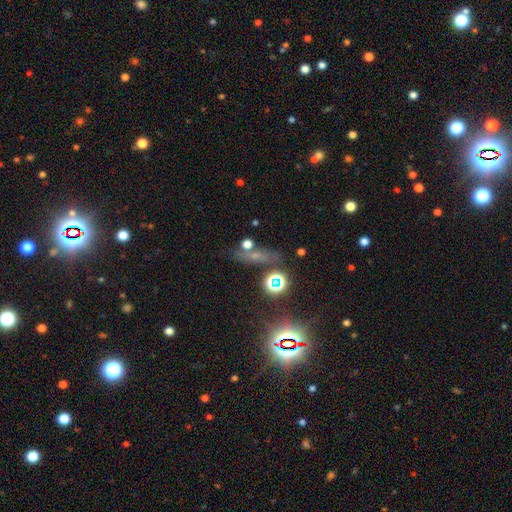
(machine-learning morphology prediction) type=star or artifact (47%).